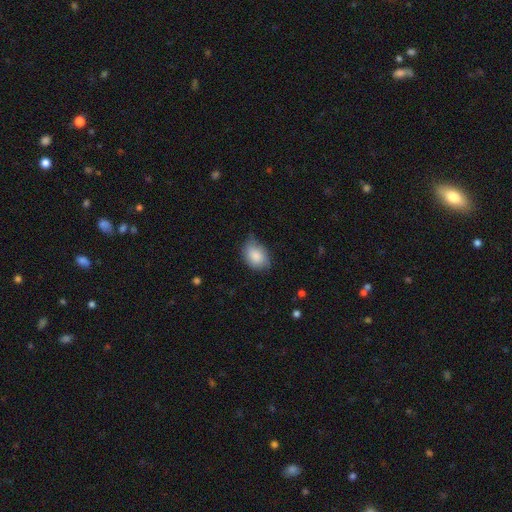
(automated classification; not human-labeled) A smooth galaxy with no disk features (85%) that is in between round and cigar-shaped (76%).

Vote fractions:
- Smooth or featured? smooth: 85% / featured or disk: 9% / star or artifact: 7%
- How rounded? in between: 76% / round: 23% / cigar-shaped: 1%
- Merging? none: 53% / minor disturbance: 38% / major disturbance: 7% / merger: 2%